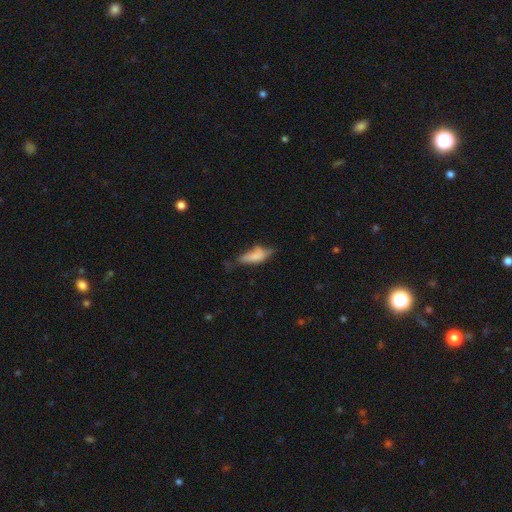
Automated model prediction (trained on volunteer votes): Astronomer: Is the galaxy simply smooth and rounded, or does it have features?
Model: smooth — 69%.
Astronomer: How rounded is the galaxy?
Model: in between — 55% (runner-up: cigar-shaped, 43%).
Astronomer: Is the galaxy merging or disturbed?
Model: none — 39% (runner-up: minor disturbance, 35%).